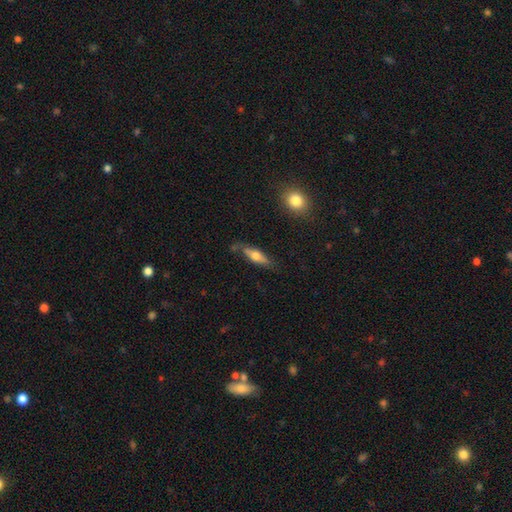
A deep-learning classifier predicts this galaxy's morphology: Q: Smooth or featured?
A: smooth (49%); runner-up: featured or disk (45%)
Q: Merging?
A: none (69%); runner-up: minor disturbance (21%)